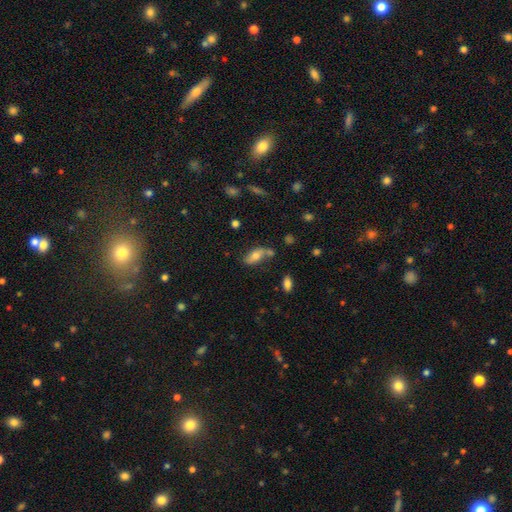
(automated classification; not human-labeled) Smooth or featured: smooth — 57% (featured or disk — 34%)
How rounded: in between — 80% (cigar-shaped — 16%)
Merging: none — 52% (minor disturbance — 24%)